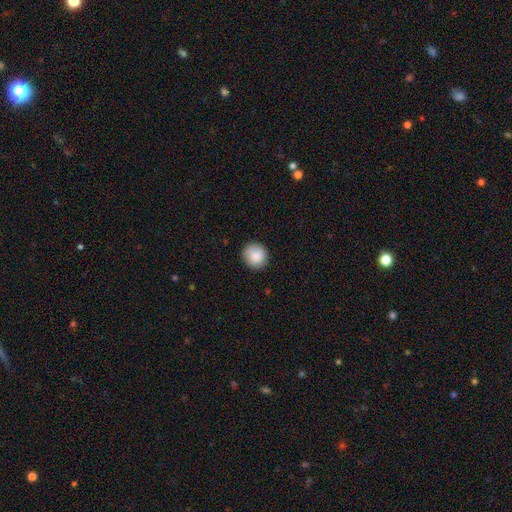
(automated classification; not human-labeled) The model was most divided on "merging": none: 87%, minor disturbance: 10%, major disturbance: 2%, merger: 1%. More confident: how rounded — round (93%); smooth or featured — smooth (86%).